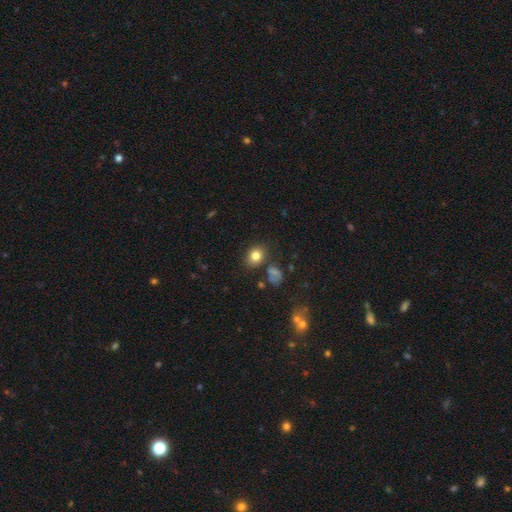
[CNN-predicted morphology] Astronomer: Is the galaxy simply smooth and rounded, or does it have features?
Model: smooth — 80%.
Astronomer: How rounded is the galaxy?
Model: round — 53% (runner-up: in between, 46%).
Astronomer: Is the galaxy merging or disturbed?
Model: none — 77%.